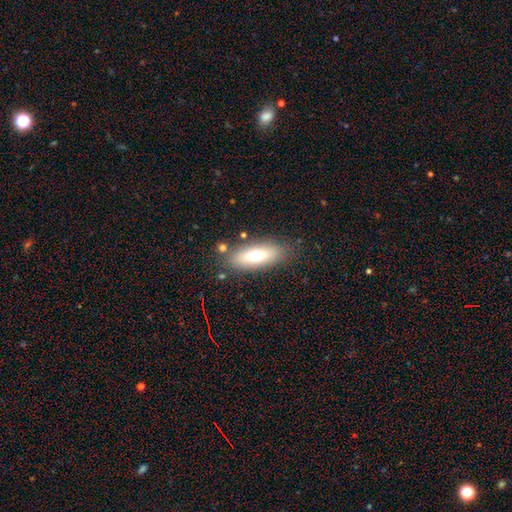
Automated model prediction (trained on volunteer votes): Morphology: type=smooth (69%); roundness=in between (71%); merging=none (82%).